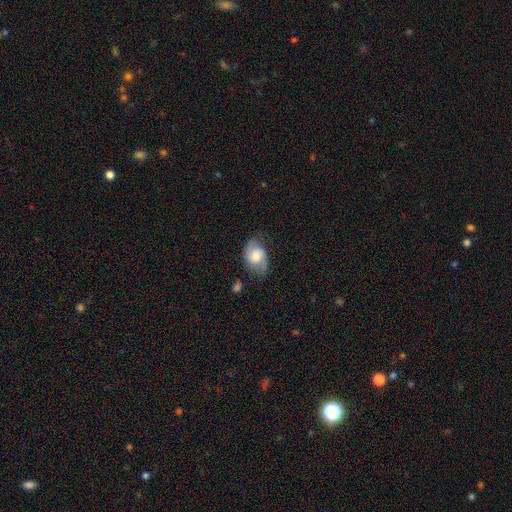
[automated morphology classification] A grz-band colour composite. It shows a featured or disk galaxy (51%). Merging: none (62%).